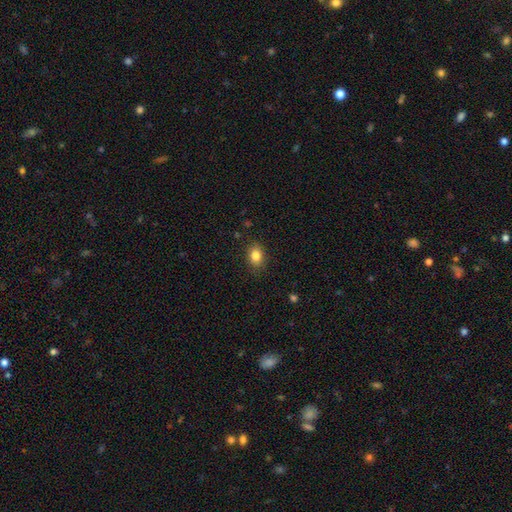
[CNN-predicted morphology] Smooth or featured?
  - smooth: 84% *
  - star or artifact: 9%
  - featured or disk: 7%
How rounded?
  - in between: 66% *
  - round: 33%
  - cigar-shaped: 1%
Merging?
  - none: 85% *
  - minor disturbance: 11%
  - major disturbance: 3%
  - merger: 1%